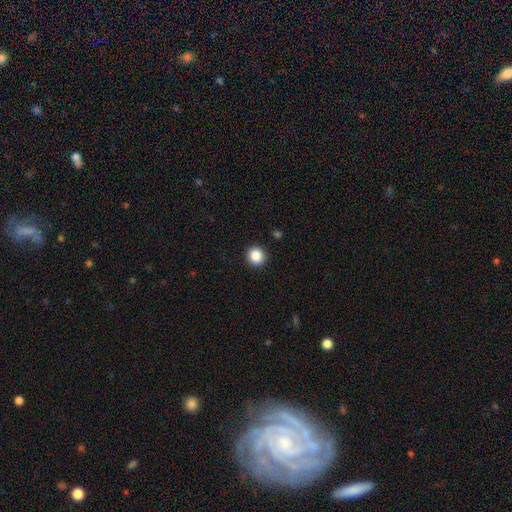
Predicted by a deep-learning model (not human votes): Overall: smooth (87%). How rounded: round (89%). Merging: none (92%).